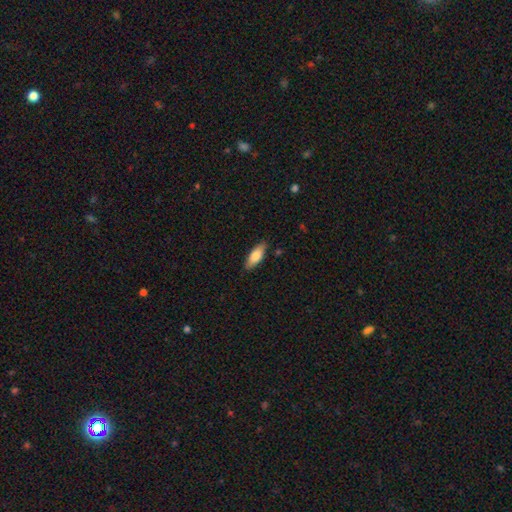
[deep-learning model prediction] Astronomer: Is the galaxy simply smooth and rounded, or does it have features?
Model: smooth — 77%.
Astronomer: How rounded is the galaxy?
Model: in between — 67%.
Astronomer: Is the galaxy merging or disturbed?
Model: none — 86%.